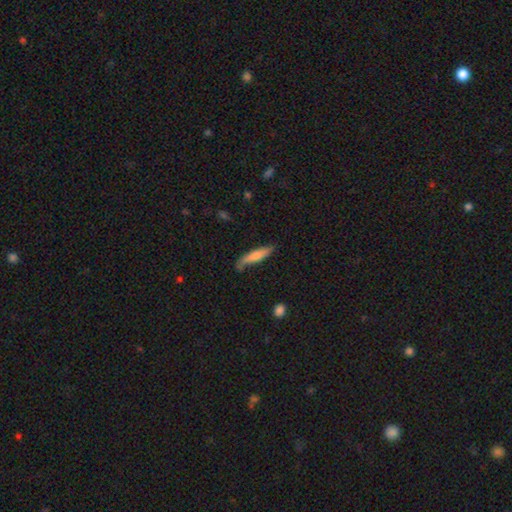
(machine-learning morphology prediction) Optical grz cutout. It shows a smooth galaxy with no disk features (70%) that is cigar-shaped (83%). Merging: none (70%).